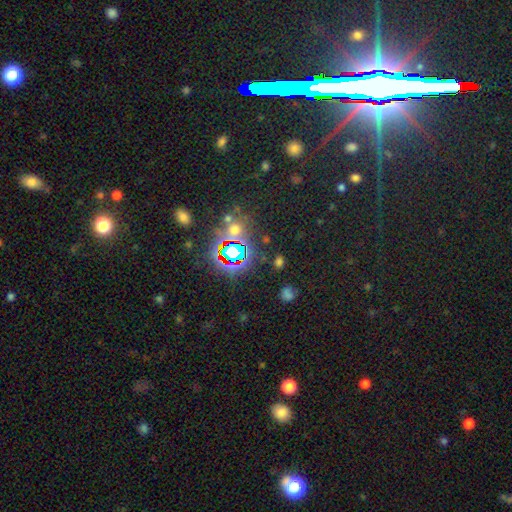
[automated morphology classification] Smooth or featured? star or artifact (80%)